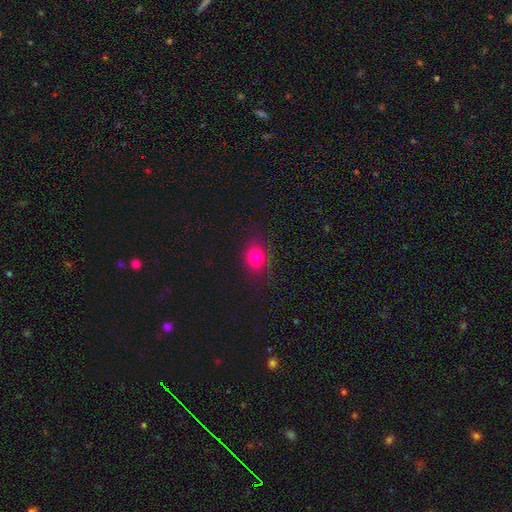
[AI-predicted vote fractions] A smooth galaxy with no disk features (74%) that is round (61%). Merging: none (86%).